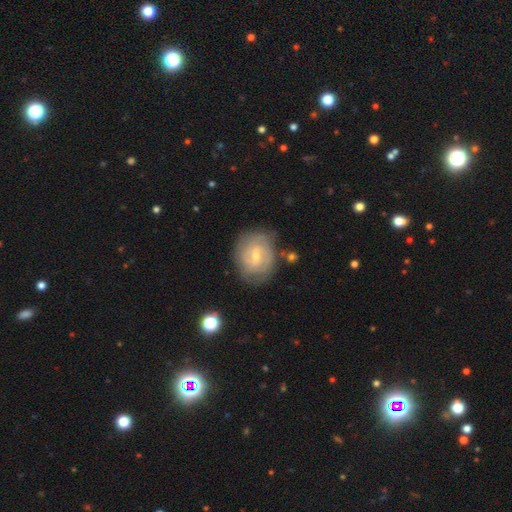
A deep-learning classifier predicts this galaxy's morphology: Smooth or featured? Predicted: featured or disk (p=0.69). Edge-on disk? Predicted: no (p=0.97). Bar? Predicted: weak (p=0.61). Spiral arms? Predicted: yes (p=0.85). Spiral winding? Predicted: tight (p=0.54). Spiral arm count? Predicted: 2 (p=0.48). Bulge size? Predicted: small (p=0.64). Merging? Predicted: none (p=0.73).